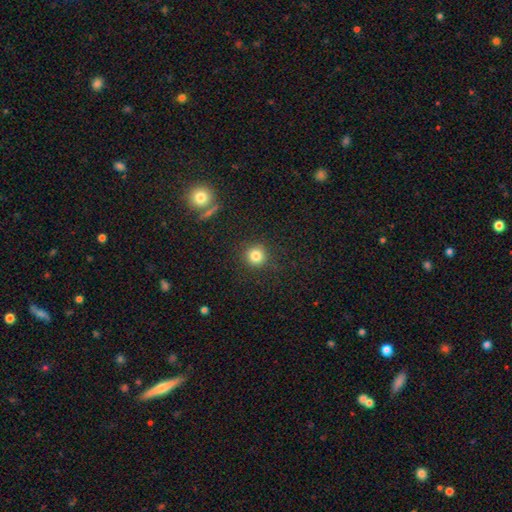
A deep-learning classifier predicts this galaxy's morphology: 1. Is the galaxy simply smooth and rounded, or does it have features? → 82% smooth, 12% star or artifact, 6% featured or disk.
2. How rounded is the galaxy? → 93% round, 6% in between, 1% cigar-shaped.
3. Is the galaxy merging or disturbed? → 89% none, 7% minor disturbance, 3% major disturbance, 2% merger.